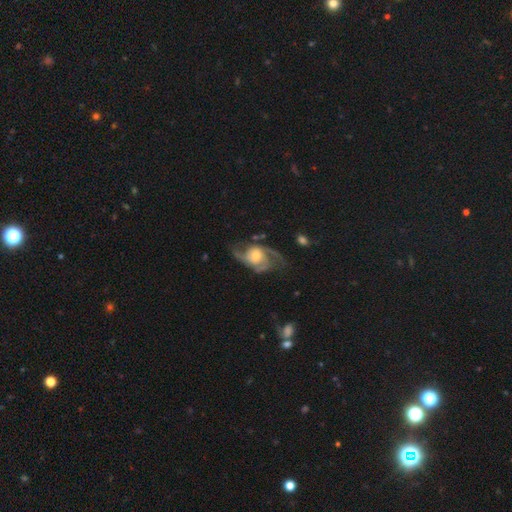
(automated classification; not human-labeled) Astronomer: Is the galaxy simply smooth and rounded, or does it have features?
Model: featured or disk — 85%.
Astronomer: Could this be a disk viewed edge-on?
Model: no — 97%.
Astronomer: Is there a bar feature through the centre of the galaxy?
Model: no — 71%.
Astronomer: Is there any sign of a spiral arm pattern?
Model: yes — 95%.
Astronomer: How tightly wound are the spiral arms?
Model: medium — 49% (runner-up: loose, 30%).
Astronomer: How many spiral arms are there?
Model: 2 — 52%.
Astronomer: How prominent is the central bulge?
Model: moderate — 58%.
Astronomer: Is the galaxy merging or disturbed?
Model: none — 58%.